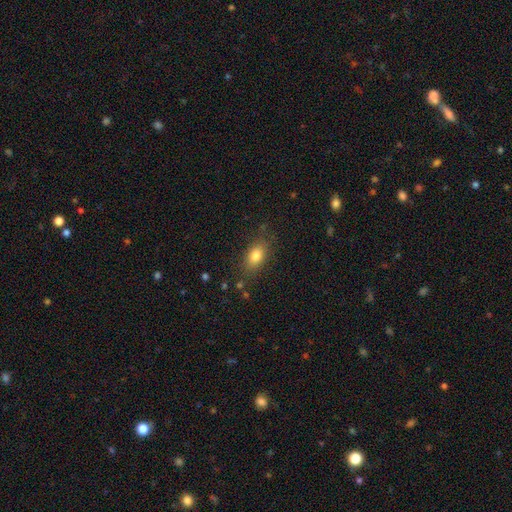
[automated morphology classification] A smooth galaxy with no disk features (81%) that is in between round and cigar-shaped (83%). Merging: none (80%).